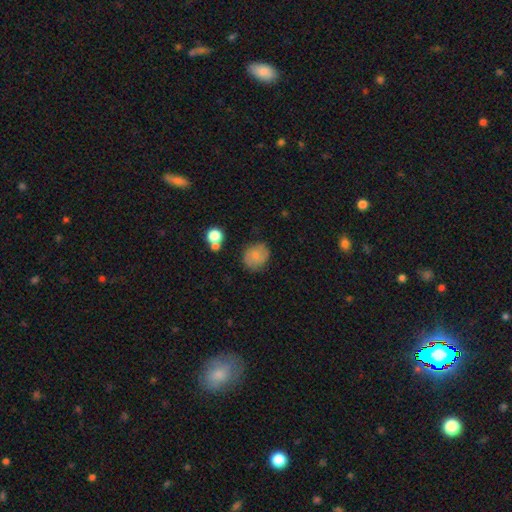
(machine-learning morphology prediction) Smooth or featured?
  - smooth: 55% *
  - featured or disk: 36%
  - star or artifact: 9%
How rounded?
  - round: 78% *
  - in between: 21%
  - cigar-shaped: 1%
Merging?
  - none: 76% *
  - minor disturbance: 16%
  - major disturbance: 5%
  - merger: 3%